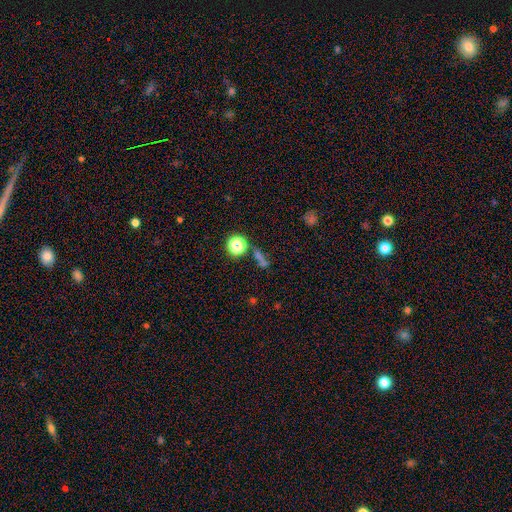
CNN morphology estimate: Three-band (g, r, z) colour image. It shows a star or artifact, not a galaxy (52%).